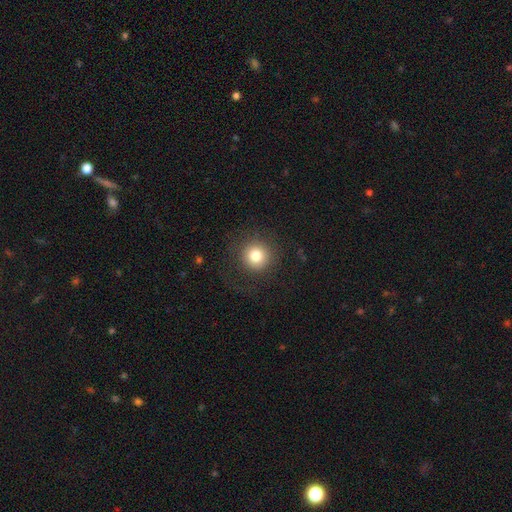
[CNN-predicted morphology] type=smooth (81%); roundness=round (94%); merging=none (84%).